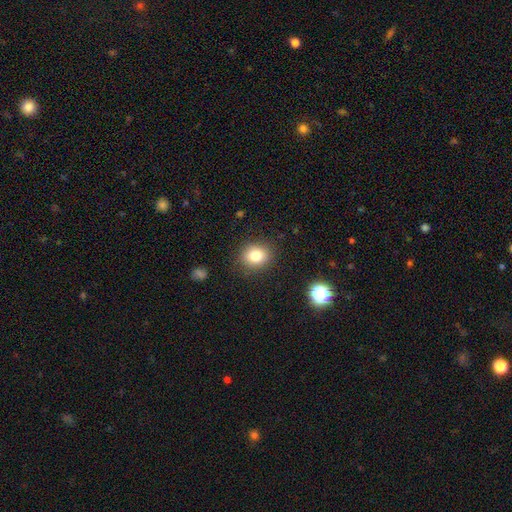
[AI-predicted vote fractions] A smooth galaxy with no disk features (81%) that is round (65%).

Vote fractions:
- Smooth or featured? smooth: 81% / star or artifact: 11% / featured or disk: 8%
- How rounded? round: 65% / in between: 34% / cigar-shaped: 1%
- Merging? none: 87% / minor disturbance: 9% / major disturbance: 3% / merger: 1%